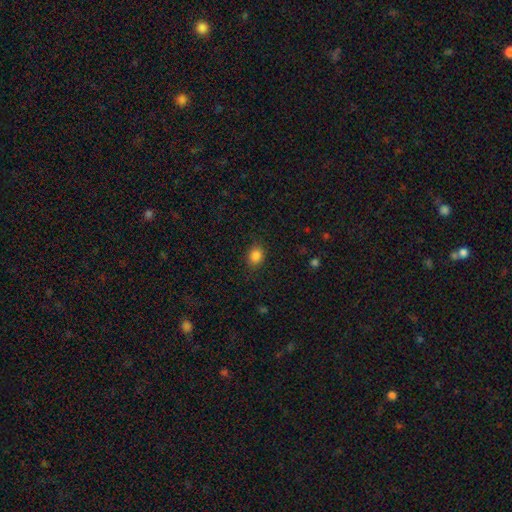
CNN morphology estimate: smooth_or_featured: smooth (p=0.85) [alt: star or artifact p=0.11]
how_rounded: round (p=0.54) [alt: in between p=0.45]
merging: none (p=0.86) [alt: minor disturbance p=0.10]